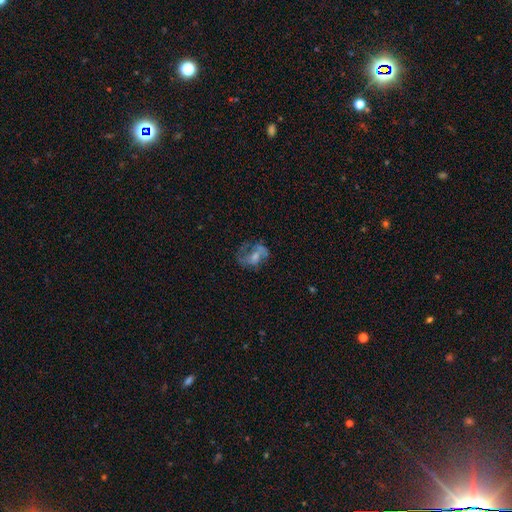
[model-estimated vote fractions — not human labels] Q: Smooth or featured?
A: featured or disk (57%); runner-up: smooth (32%)
Q: Edge-on disk?
A: no (97%); runner-up: yes (3%)
Q: Bar?
A: no (57%); runner-up: weak (35%)
Q: Spiral arms?
A: yes (56%); runner-up: no (44%)
Q: Bulge size?
A: moderate (38%); runner-up: small (32%)
Q: Merging?
A: none (42%); runner-up: major disturbance (33%)